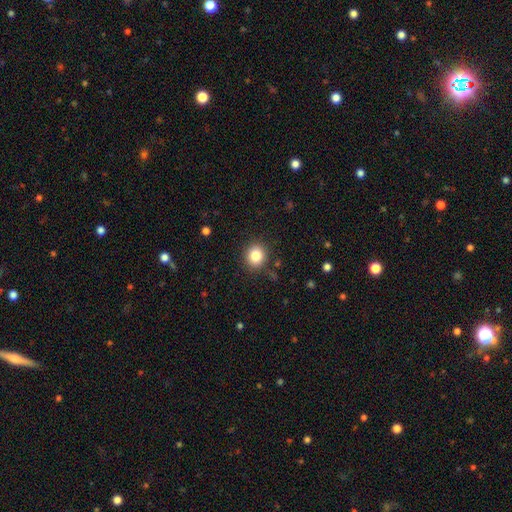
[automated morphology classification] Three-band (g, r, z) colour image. It shows a smooth galaxy with no disk features (83%) that is round (83%). Merging: none (89%).